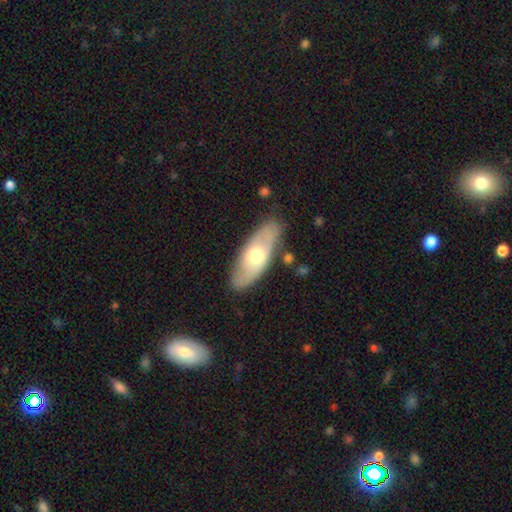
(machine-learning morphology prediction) A smooth galaxy with no disk features (49%). Merging: none (81%).